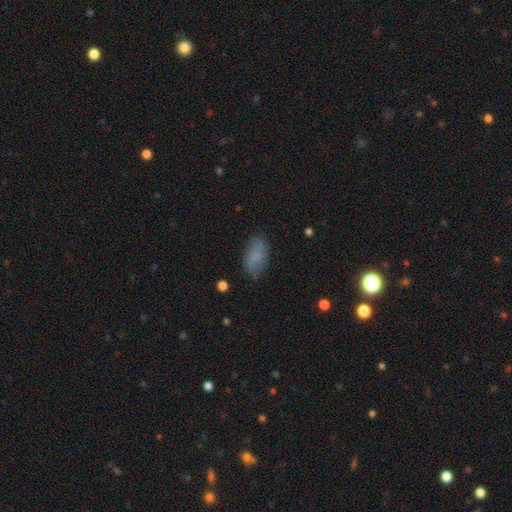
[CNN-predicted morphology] Q: Smooth or featured?
A: smooth (71%); runner-up: featured or disk (19%)
Q: How rounded?
A: in between (92%); runner-up: round (5%)
Q: Merging?
A: none (71%); runner-up: minor disturbance (20%)